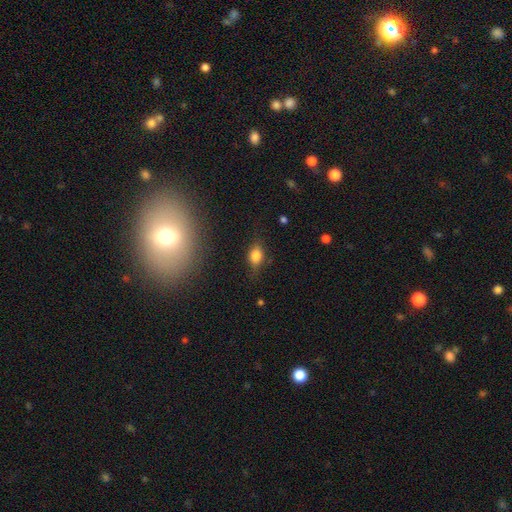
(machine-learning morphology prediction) This is likely a smooth galaxy (78%). How rounded: likely in between (73%). Merging: likely none (72%).